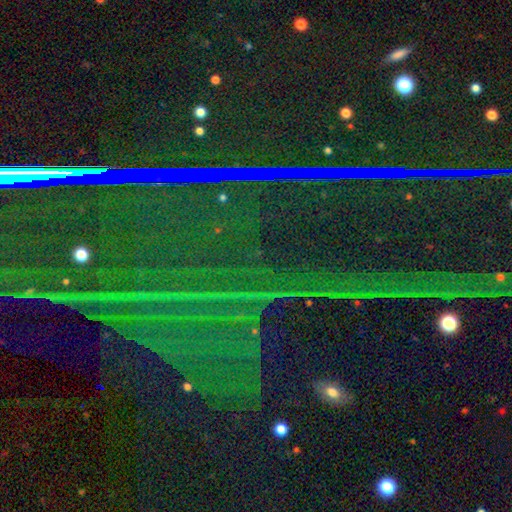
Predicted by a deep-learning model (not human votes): Morphology: type=star or artifact (87%).